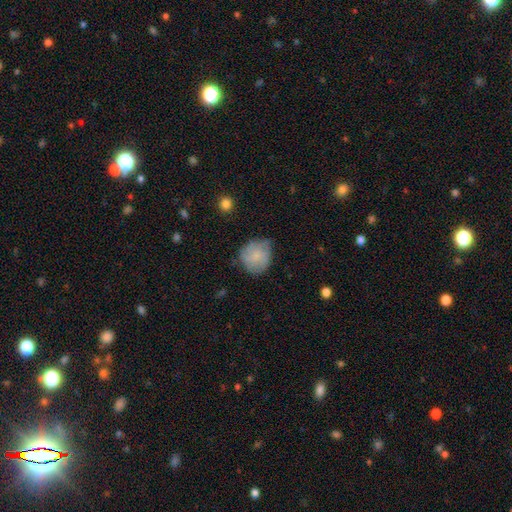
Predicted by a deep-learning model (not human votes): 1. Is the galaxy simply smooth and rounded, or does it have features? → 58% smooth, 34% featured or disk, 8% star or artifact.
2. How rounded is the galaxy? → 82% round, 17% in between, 1% cigar-shaped.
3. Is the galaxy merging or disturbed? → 61% none, 29% minor disturbance, 8% major disturbance, 2% merger.